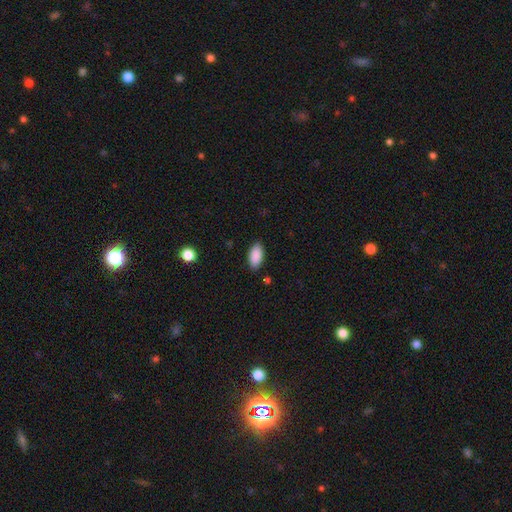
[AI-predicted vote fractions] Smooth or featured?
  - smooth: 89% *
  - star or artifact: 7%
  - featured or disk: 4%
How rounded?
  - in between: 93% *
  - cigar-shaped: 5%
  - round: 2%
Merging?
  - none: 85% *
  - minor disturbance: 11%
  - major disturbance: 2%
  - merger: 2%